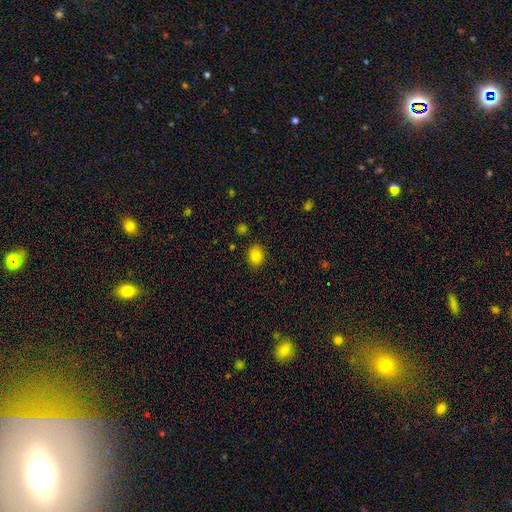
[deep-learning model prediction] This is clearly a smooth galaxy (84%). How rounded: possibly round (54%). Merging: clearly none (87%).